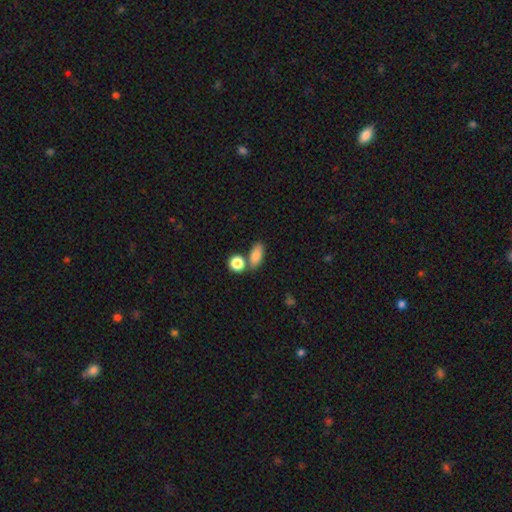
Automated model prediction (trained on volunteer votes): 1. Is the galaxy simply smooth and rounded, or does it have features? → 84% smooth, 9% star or artifact, 7% featured or disk.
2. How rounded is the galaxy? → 79% in between, 12% round, 9% cigar-shaped.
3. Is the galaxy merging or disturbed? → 61% none, 21% merger, 13% minor disturbance, 4% major disturbance.